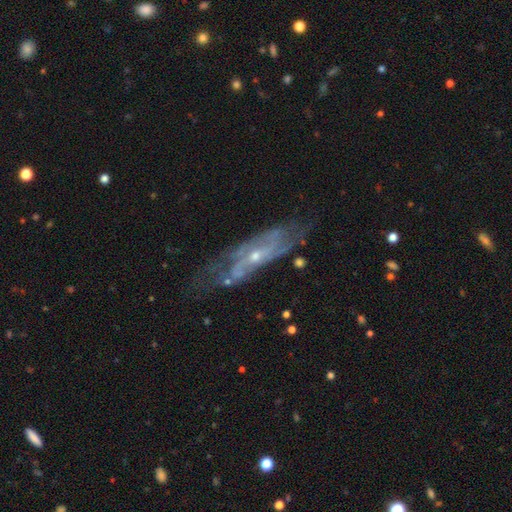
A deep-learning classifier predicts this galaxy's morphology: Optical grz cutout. It shows a featured or disk galaxy (79%) with no bar (61%), spiral arms (82%) and a small central bulge (61%). Merging: none (59%).